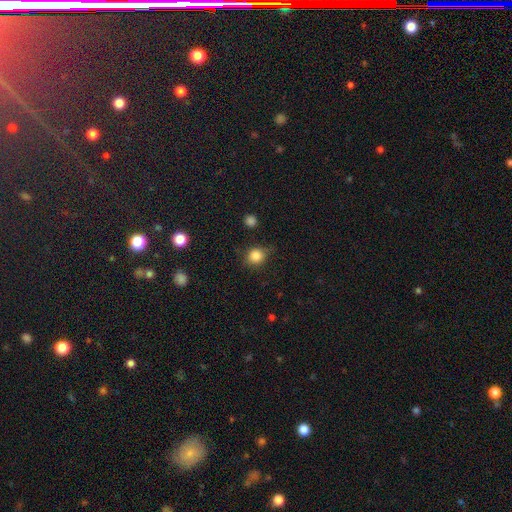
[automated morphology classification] Smooth or featured? smooth (85%)
How rounded? round (79%)
Merging? none (79%)